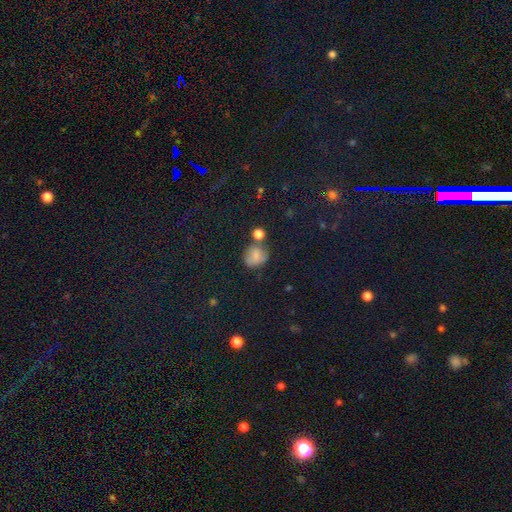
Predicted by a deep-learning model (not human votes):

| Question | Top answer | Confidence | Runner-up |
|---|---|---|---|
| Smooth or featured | smooth | 71% | star or artifact (15%) |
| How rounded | round | 73% | in between (26%) |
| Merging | none | 53% | minor disturbance (22%) |